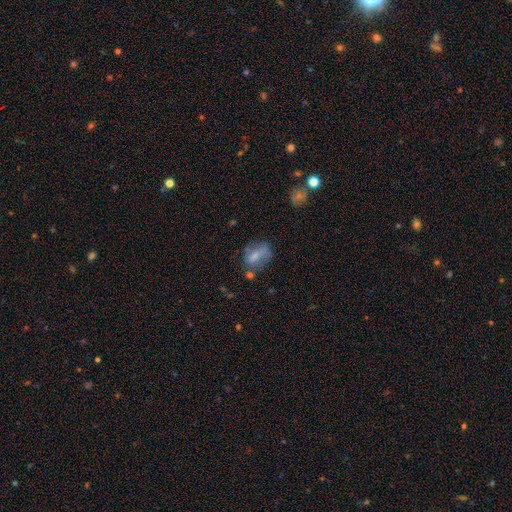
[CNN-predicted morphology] A smooth galaxy with no disk features (61%) that is in between round and cigar-shaped (73%). Merging: none (45%).